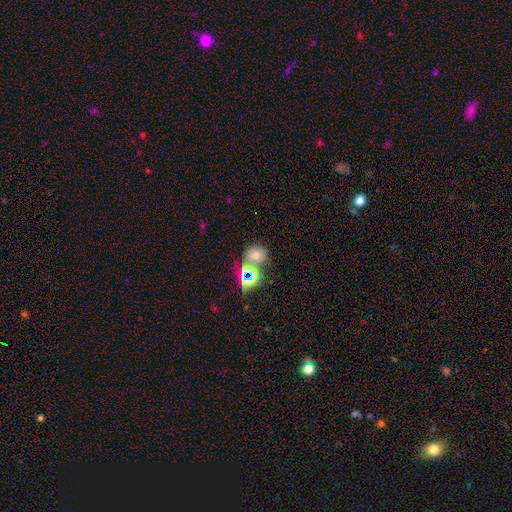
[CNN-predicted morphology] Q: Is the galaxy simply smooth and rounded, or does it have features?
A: smooth — 46%.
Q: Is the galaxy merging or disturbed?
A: none — 58%.